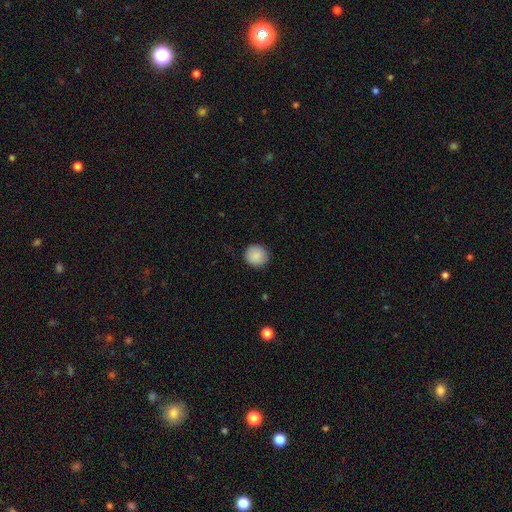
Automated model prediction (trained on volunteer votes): A smooth galaxy with no disk features (89%) that is round (93%). Merging: none (90%).